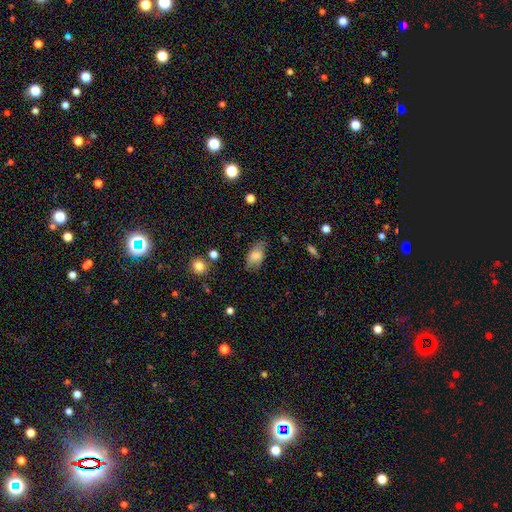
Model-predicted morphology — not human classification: smooth 76%, featured or disk 16%, star or artifact 8%. Down the decision tree: how rounded — in between (90%); merging — none (69%).